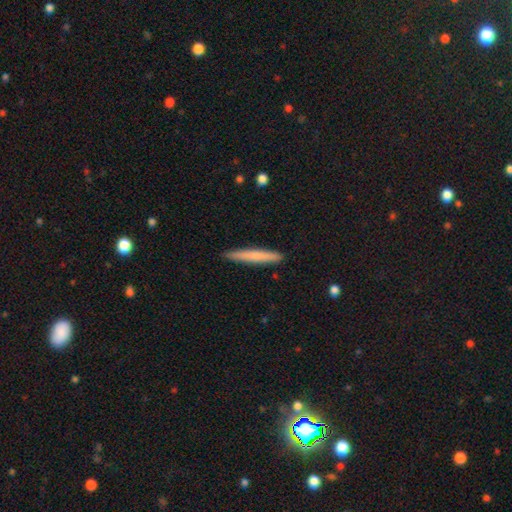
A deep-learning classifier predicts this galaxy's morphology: smooth_or_featured: smooth (p=0.70) [alt: featured or disk p=0.24]
how_rounded: cigar-shaped (p=0.96) [alt: in between p=0.03]
merging: none (p=0.90) [alt: minor disturbance p=0.08]